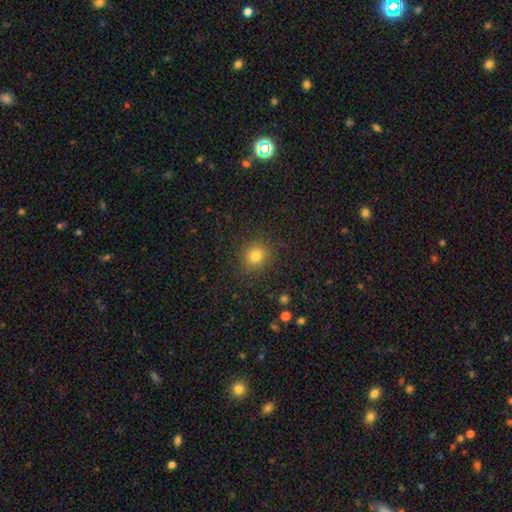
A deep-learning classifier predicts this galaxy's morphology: This is clearly a smooth galaxy (81%). How rounded: clearly round (88%). Merging: clearly none (89%).